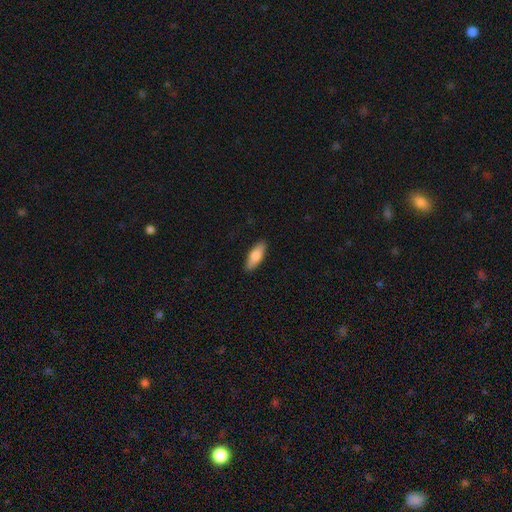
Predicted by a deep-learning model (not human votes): smooth-or-featured: smooth: 73% | featured or disk: 21% | star or artifact: 6%
  how-rounded: in between: 64% | cigar-shaped: 34% | round: 2%
  merging: none: 90% | minor disturbance: 8% | major disturbance: 2% | merger: 1%